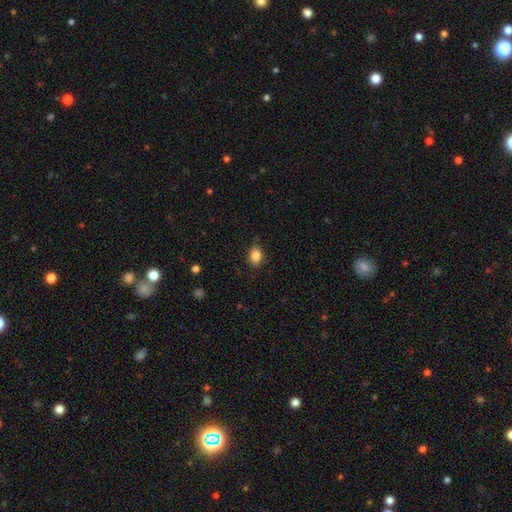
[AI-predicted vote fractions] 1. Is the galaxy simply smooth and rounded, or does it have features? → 85% smooth, 9% star or artifact, 6% featured or disk.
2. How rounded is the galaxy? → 72% in between, 27% round, 1% cigar-shaped.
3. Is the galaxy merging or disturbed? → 82% none, 14% minor disturbance, 3% major disturbance, 1% merger.